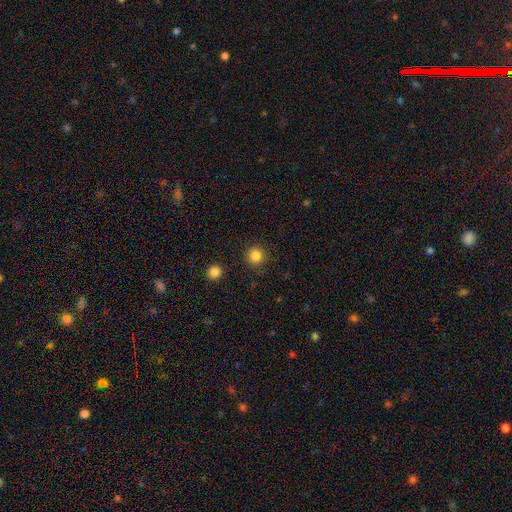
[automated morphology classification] Q: Smooth or featured?
A: smooth (85%); runner-up: star or artifact (11%)
Q: How rounded?
A: round (93%); runner-up: in between (6%)
Q: Merging?
A: none (90%); runner-up: minor disturbance (6%)